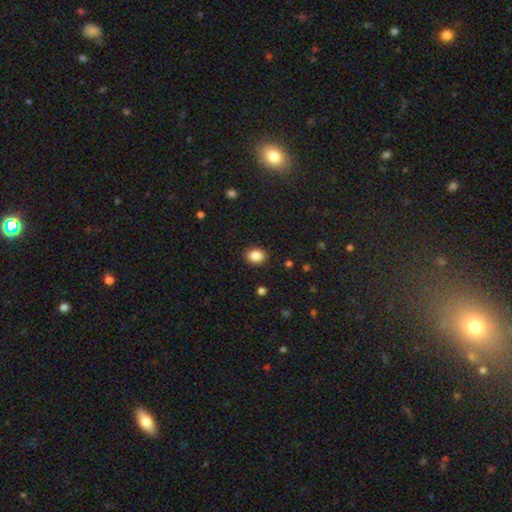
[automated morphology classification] Q: Smooth or featured?
A: smooth (88%); runner-up: star or artifact (9%)
Q: How rounded?
A: in between (57%); runner-up: round (42%)
Q: Merging?
A: none (88%); runner-up: minor disturbance (8%)